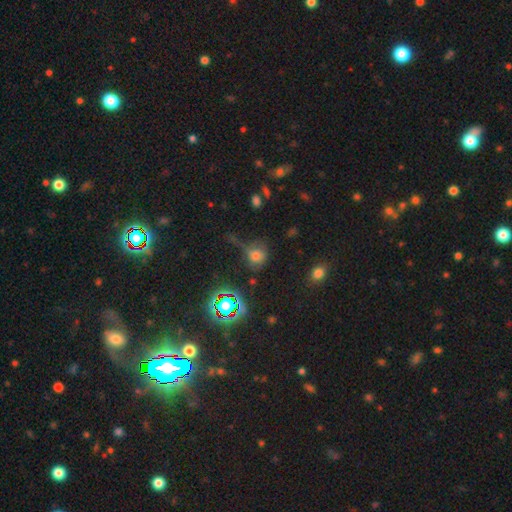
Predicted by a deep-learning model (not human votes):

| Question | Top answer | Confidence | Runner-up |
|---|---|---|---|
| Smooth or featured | smooth | 62% | star or artifact (26%) |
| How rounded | round | 77% | in between (21%) |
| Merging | none | 48% | minor disturbance (21%) |